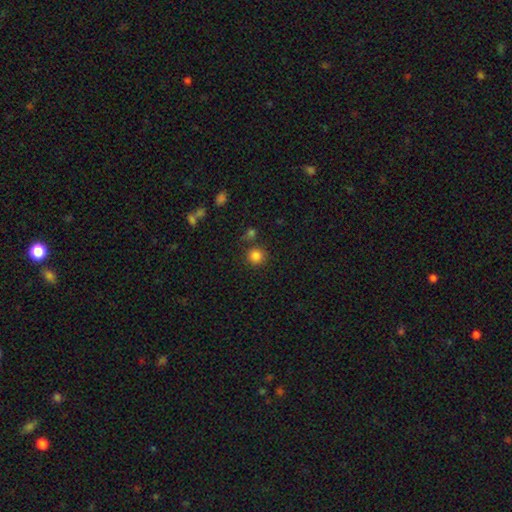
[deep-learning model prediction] smooth 84%, star or artifact 12%, featured or disk 4%. Down the decision tree: how rounded — round (92%); merging — none (80%).